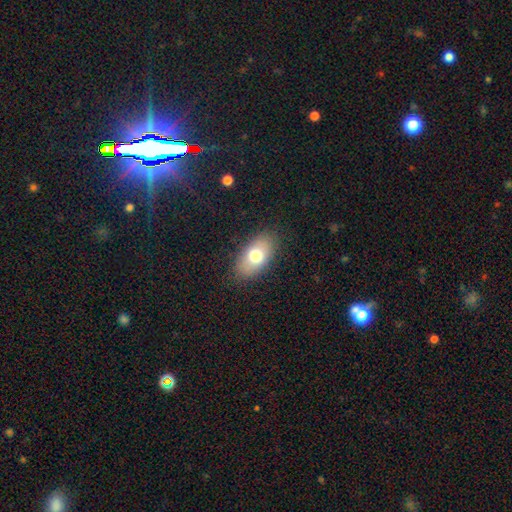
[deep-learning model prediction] A smooth galaxy with no disk features (74%) that is in between round and cigar-shaped (91%). Merging: none (85%).